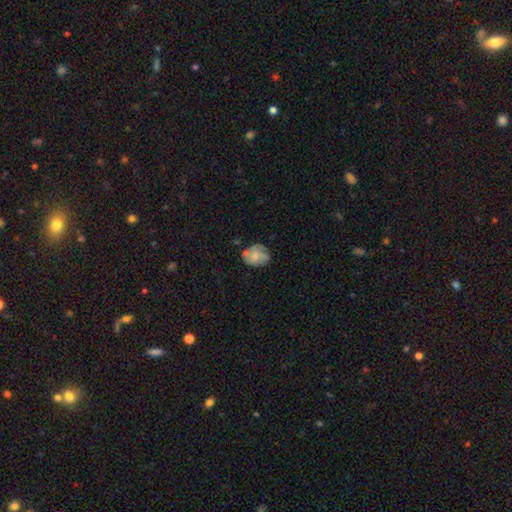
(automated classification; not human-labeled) smooth 59%, featured or disk 33%, star or artifact 8%. Down the decision tree: how rounded — round (57%); merging — none (58%).